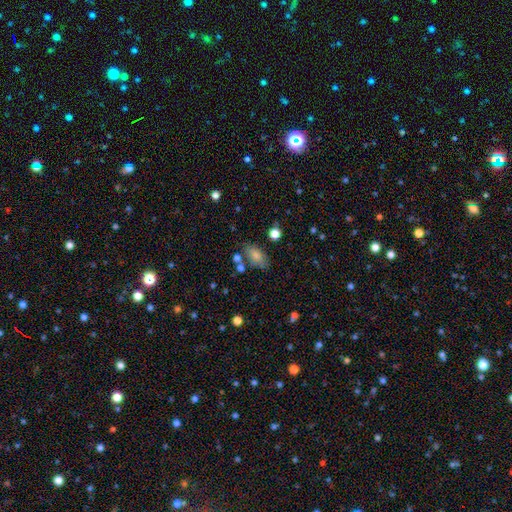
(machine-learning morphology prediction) This appears to be a smooth galaxy with no disk features (81%) that is in between round and cigar-shaped (90%). Merging: none (72%).